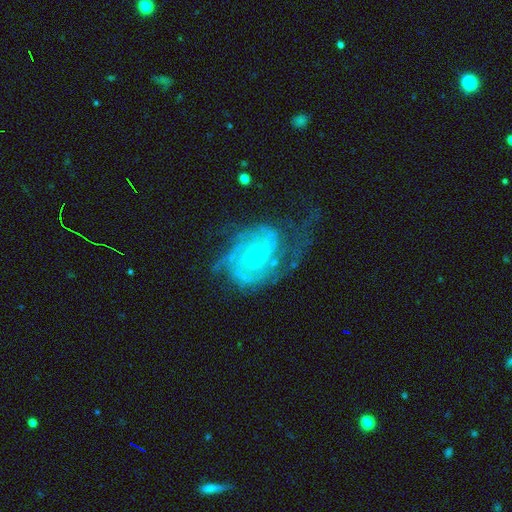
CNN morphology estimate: Overall: featured or disk (88%). Edge-on disk: no (98%). Bar: no (57%; weak 36%). Spiral arms: yes (96%). Spiral arm count: 2 (37%; can't tell 24%). Spiral winding: tight (48%; medium 40%). Bulge size: small (73%). Merging: none (50%; major disturbance 26%).